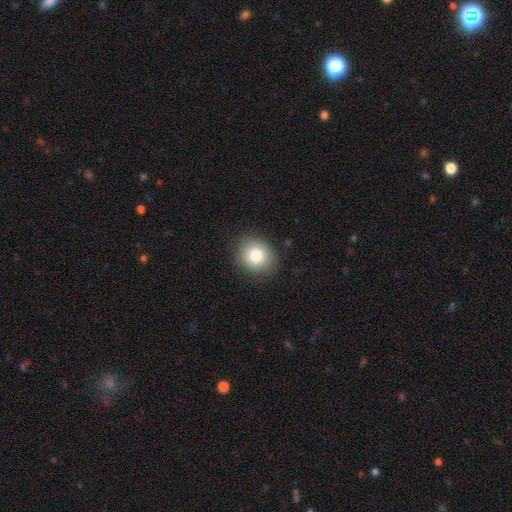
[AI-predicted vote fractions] The model was most divided on "how rounded": round: 69%, in between: 30%, cigar-shaped: 1%. More confident: merging — none (86%); smooth or featured — smooth (81%).